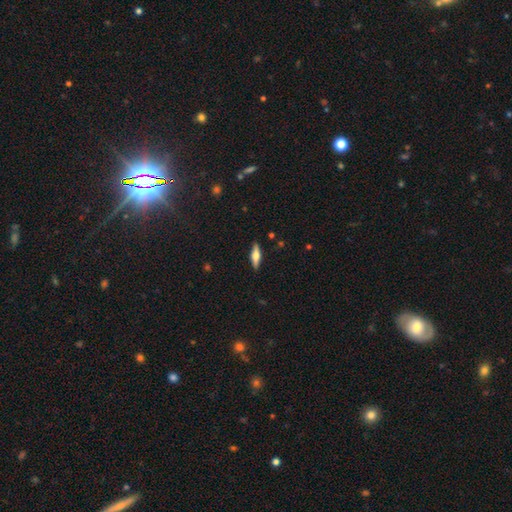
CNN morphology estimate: Overall: featured or disk (57%; smooth 36%). Edge-on disk: yes (95%). Edge-on bulge: rounded (92%). Merging: none (89%).